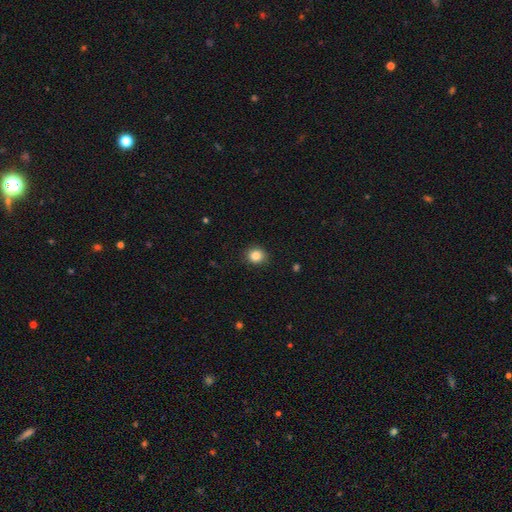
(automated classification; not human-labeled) Smooth or featured: smooth — 85% (star or artifact — 10%)
How rounded: round — 82% (in between — 18%)
Merging: none — 90% (minor disturbance — 7%)